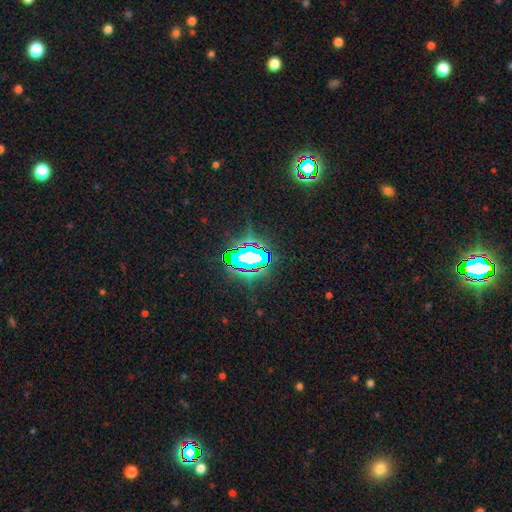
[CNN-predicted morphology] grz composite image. It shows a star or artifact, not a galaxy (72%).